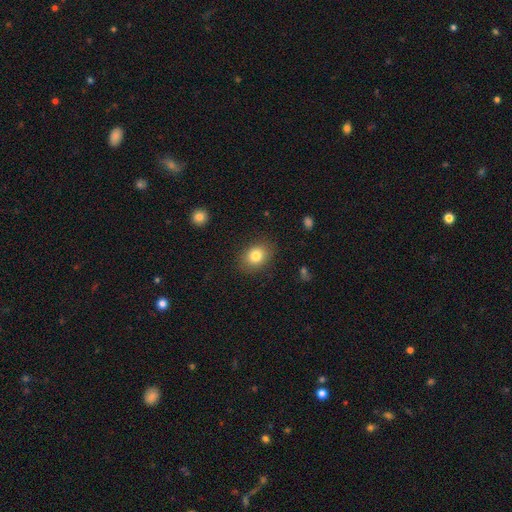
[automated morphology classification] smooth-or-featured: smooth: 81% | star or artifact: 10% | featured or disk: 9%
  how-rounded: in between: 54% | round: 45% | cigar-shaped: 1%
  merging: none: 85% | minor disturbance: 10% | major disturbance: 3% | merger: 1%